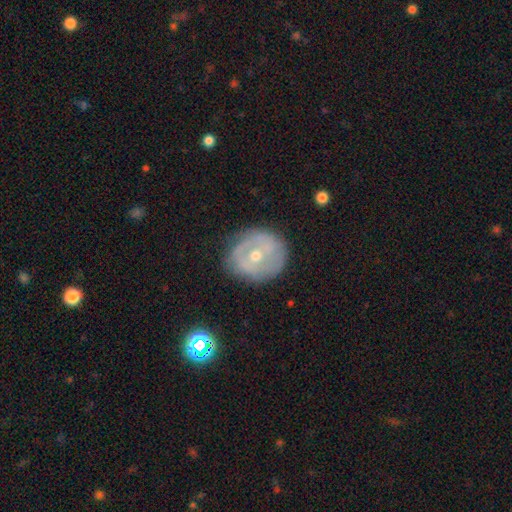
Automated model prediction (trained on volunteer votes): This appears to be a featured or disk galaxy (65%) with no bar (53%), spiral arms (52%) and a moderate central bulge (50%). Merging: none (78%).